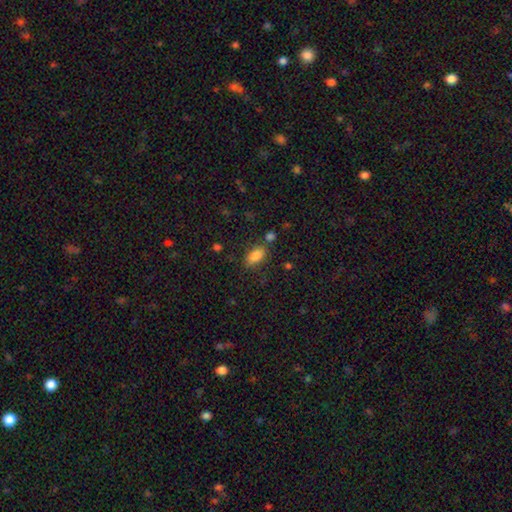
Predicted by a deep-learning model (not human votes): This appears to be a smooth galaxy with no disk features (83%) that is in between round and cigar-shaped (90%). Merging: none (74%).